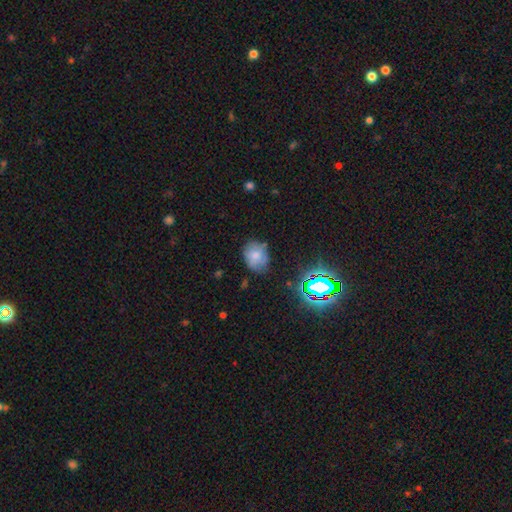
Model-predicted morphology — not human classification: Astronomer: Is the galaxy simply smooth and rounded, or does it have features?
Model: smooth — 70%.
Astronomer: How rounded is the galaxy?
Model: round — 51% (runner-up: in between, 48%).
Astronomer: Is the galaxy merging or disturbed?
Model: none — 67%.